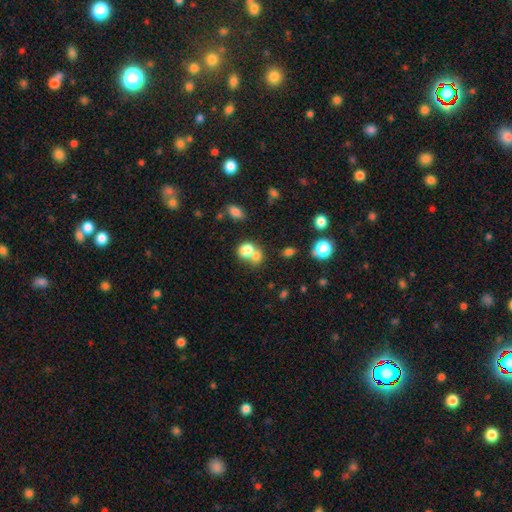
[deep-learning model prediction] A smooth galaxy with no disk features (74%) that is round (59%).

Vote fractions:
- Smooth or featured? smooth: 74% / featured or disk: 14% / star or artifact: 12%
- How rounded? round: 59% / in between: 40% / cigar-shaped: 1%
- Merging? merger: 61% / none: 28% / minor disturbance: 7% / major disturbance: 4%